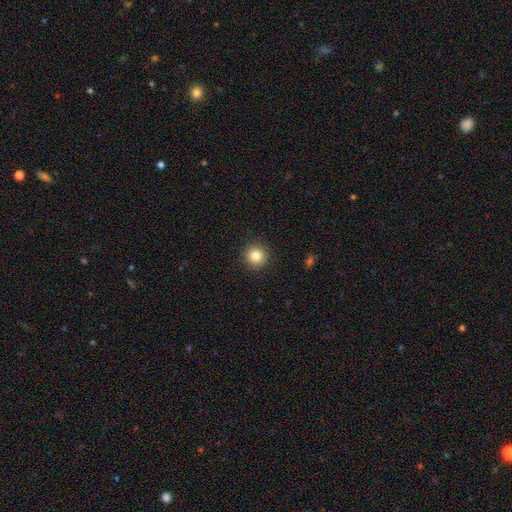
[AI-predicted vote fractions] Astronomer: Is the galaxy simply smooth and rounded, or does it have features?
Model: smooth — 84%.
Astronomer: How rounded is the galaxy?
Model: round — 94%.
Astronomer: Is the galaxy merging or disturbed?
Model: none — 92%.